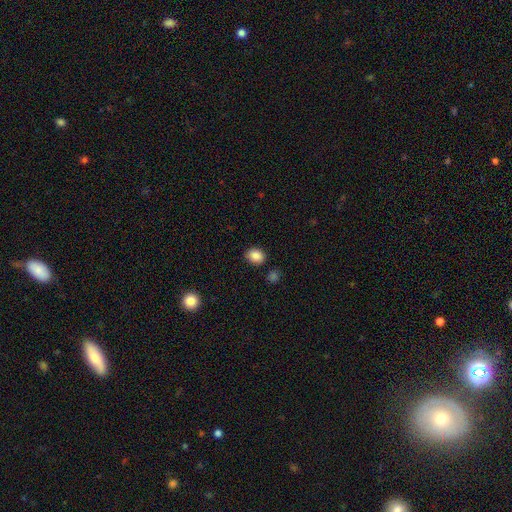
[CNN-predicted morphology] Q: Smooth or featured?
A: smooth (87%); runner-up: star or artifact (9%)
Q: How rounded?
A: round (51%); runner-up: in between (48%)
Q: Merging?
A: none (85%); runner-up: minor disturbance (9%)